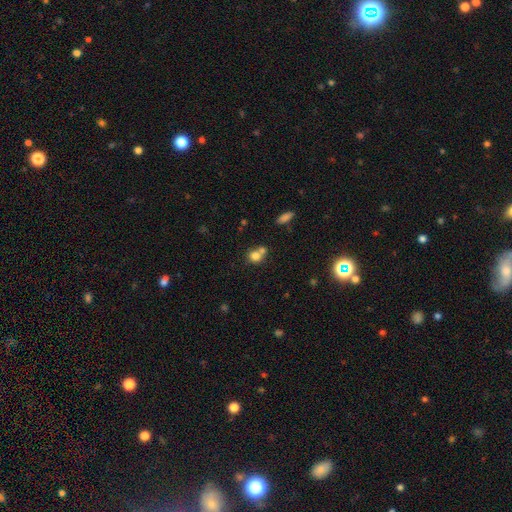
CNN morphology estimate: Q: Smooth or featured?
A: smooth (76%); runner-up: featured or disk (12%)
Q: How rounded?
A: round (72%); runner-up: in between (27%)
Q: Merging?
A: merger (50%); runner-up: none (38%)